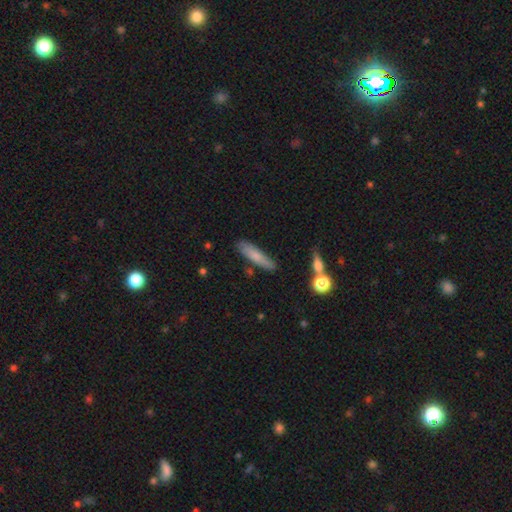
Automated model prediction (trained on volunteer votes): Q: Smooth or featured?
A: smooth (73%); runner-up: featured or disk (20%)
Q: How rounded?
A: cigar-shaped (80%); runner-up: in between (18%)
Q: Merging?
A: none (81%); runner-up: minor disturbance (13%)